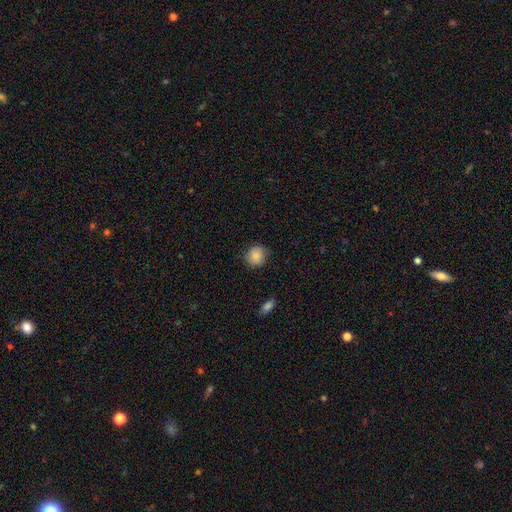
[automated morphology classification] Smooth or featured? smooth (85%)
How rounded? round (84%)
Merging? none (82%)